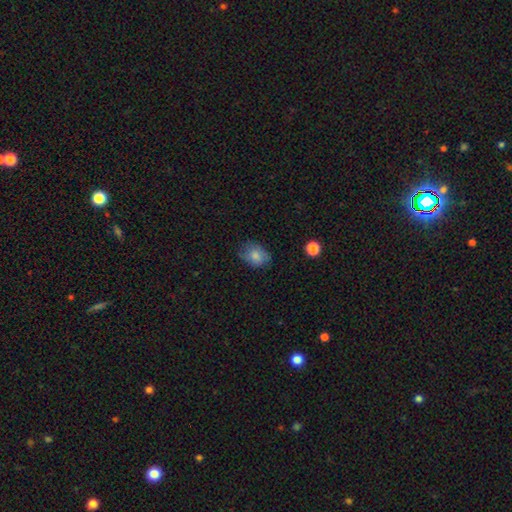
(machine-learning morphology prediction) Q: Smooth or featured?
A: smooth (79%); runner-up: featured or disk (12%)
Q: How rounded?
A: in between (64%); runner-up: round (35%)
Q: Merging?
A: none (67%); runner-up: minor disturbance (25%)